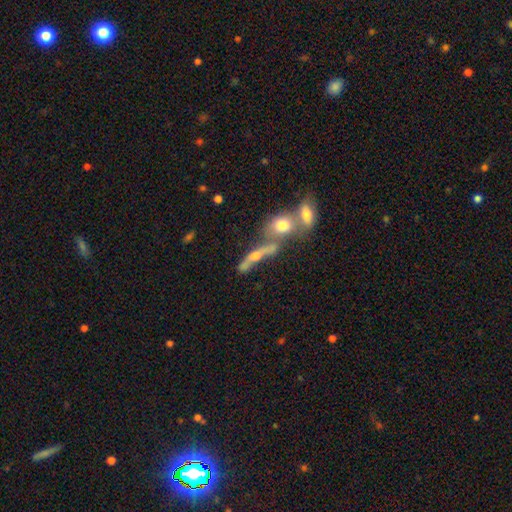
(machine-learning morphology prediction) Smooth or featured?
  - featured or disk: 48% *
  - smooth: 32%
  - star or artifact: 20%
Merging?
  - merger: 54% *
  - none: 27%
  - major disturbance: 10%
  - minor disturbance: 9%